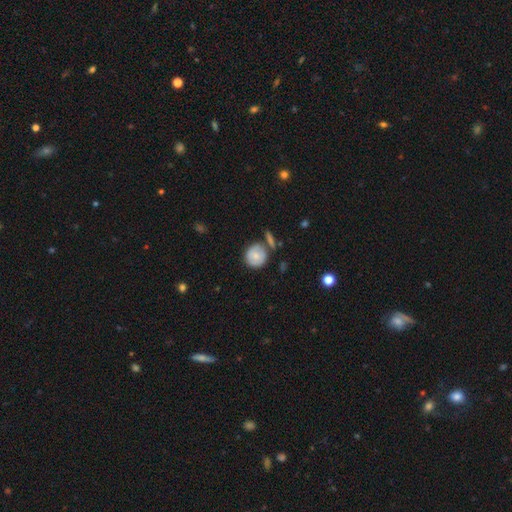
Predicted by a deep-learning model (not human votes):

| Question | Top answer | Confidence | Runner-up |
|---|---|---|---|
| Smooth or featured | smooth | 70% | featured or disk (23%) |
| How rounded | round | 89% | in between (10%) |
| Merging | none | 64% | minor disturbance (18%) |